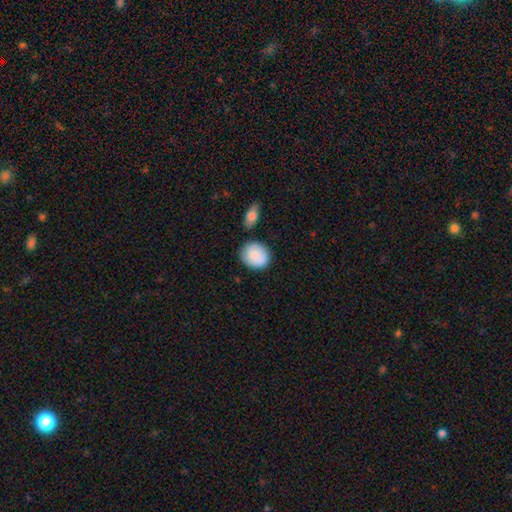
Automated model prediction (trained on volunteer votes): The model was most divided on "how rounded": round: 62%, in between: 37%, cigar-shaped: 1%. More confident: smooth or featured — smooth (83%); merging — none (72%).